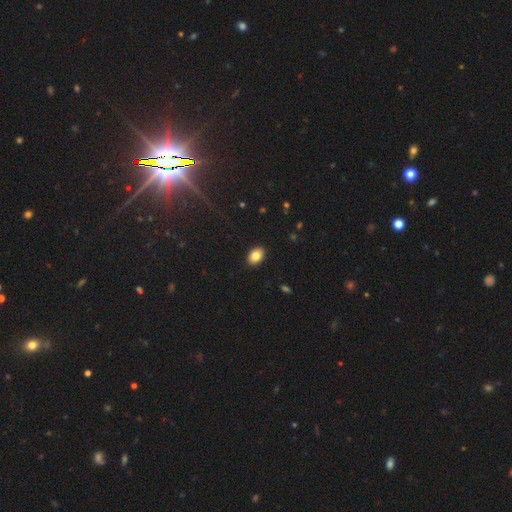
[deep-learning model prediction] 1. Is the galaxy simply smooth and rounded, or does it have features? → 83% smooth, 9% featured or disk, 9% star or artifact.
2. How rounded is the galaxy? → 81% in between, 18% round, 1% cigar-shaped.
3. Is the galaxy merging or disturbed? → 90% none, 7% minor disturbance, 2% major disturbance, 1% merger.